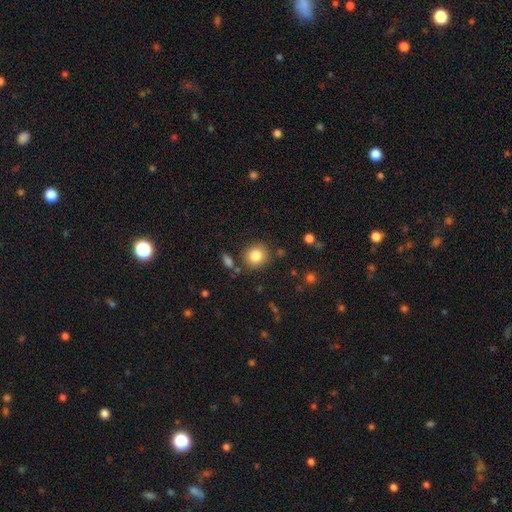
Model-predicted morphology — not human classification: smooth 84%, star or artifact 10%, featured or disk 7%. Down the decision tree: how rounded — round (84%); merging — none (82%).